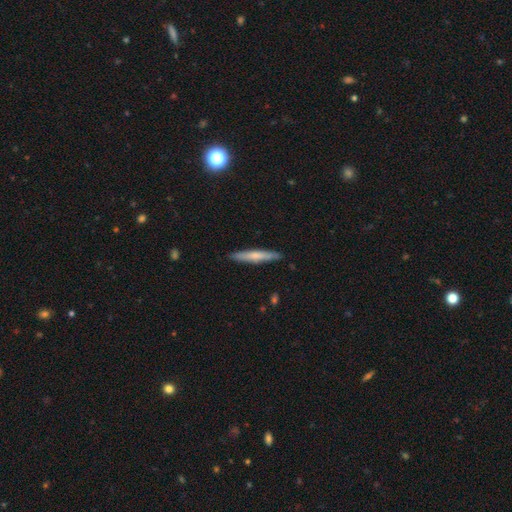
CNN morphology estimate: A smooth galaxy with no disk features (61%) that is cigar-shaped (94%).

Vote fractions:
- Smooth or featured? smooth: 61% / featured or disk: 33% / star or artifact: 5%
- How rounded? cigar-shaped: 94% / in between: 5% / round: 1%
- Merging? none: 90% / minor disturbance: 8% / major disturbance: 1% / merger: 1%